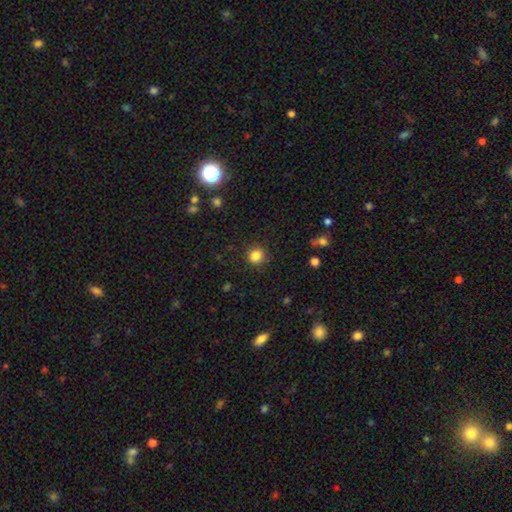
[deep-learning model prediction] This is clearly a smooth galaxy (84%). How rounded: clearly round (90%). Merging: clearly none (88%).